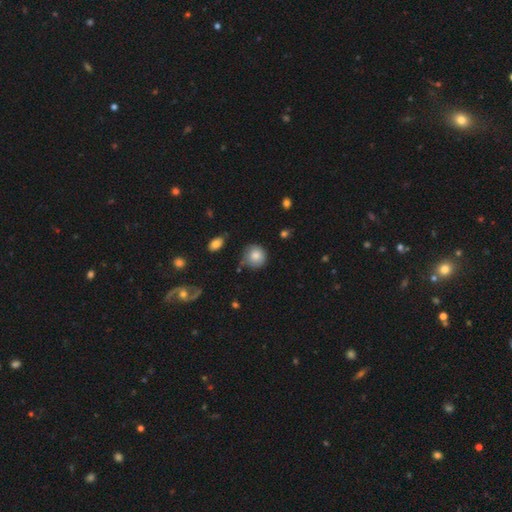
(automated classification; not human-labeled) Smooth or featured: smooth — 81% (featured or disk — 10%)
How rounded: round — 89% (in between — 10%)
Merging: none — 64% (minor disturbance — 26%)